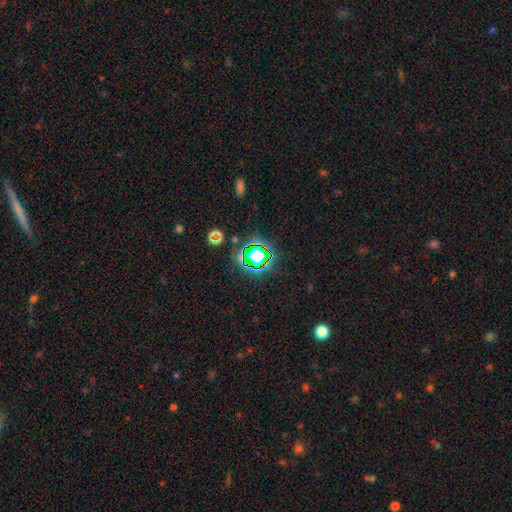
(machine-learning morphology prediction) type=star or artifact (66%).